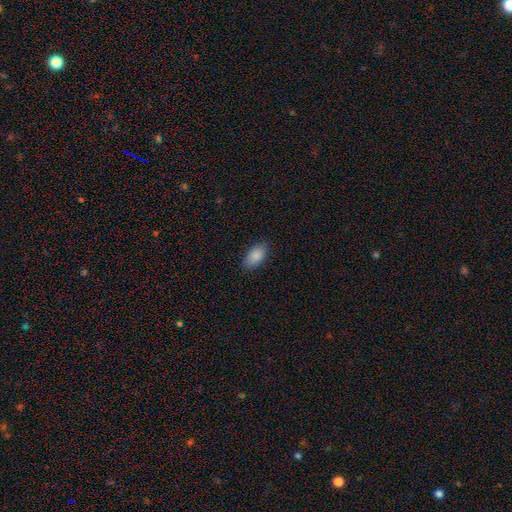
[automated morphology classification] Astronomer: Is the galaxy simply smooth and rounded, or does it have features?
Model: smooth — 88%.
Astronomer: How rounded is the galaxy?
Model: in between — 93%.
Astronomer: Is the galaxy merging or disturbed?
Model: none — 85%.